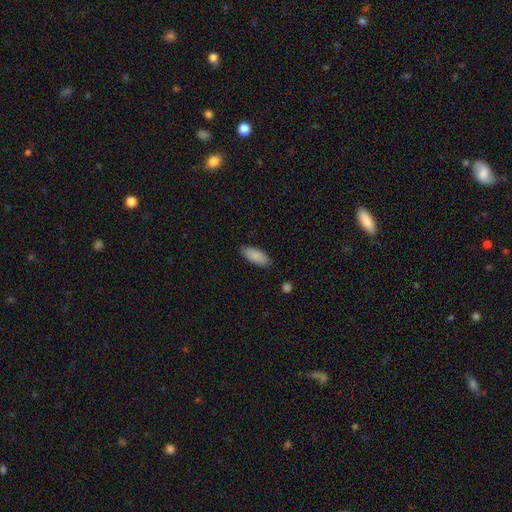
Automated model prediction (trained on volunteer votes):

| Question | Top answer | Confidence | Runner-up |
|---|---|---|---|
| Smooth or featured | smooth | 88% | star or artifact (6%) |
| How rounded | in between | 82% | cigar-shaped (17%) |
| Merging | none | 86% | minor disturbance (10%) |